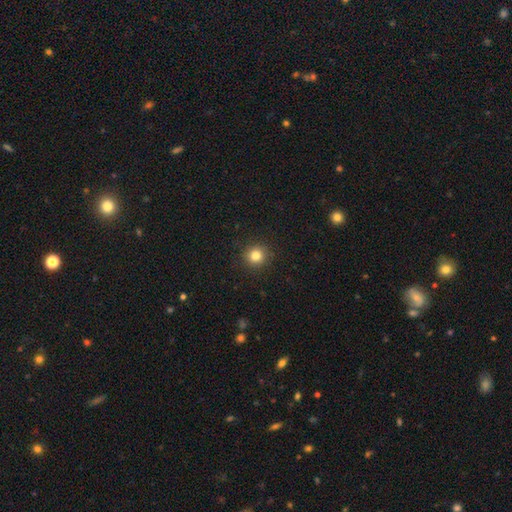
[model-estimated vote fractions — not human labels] This is clearly a smooth galaxy (82%). How rounded: clearly round (93%). Merging: clearly none (92%).